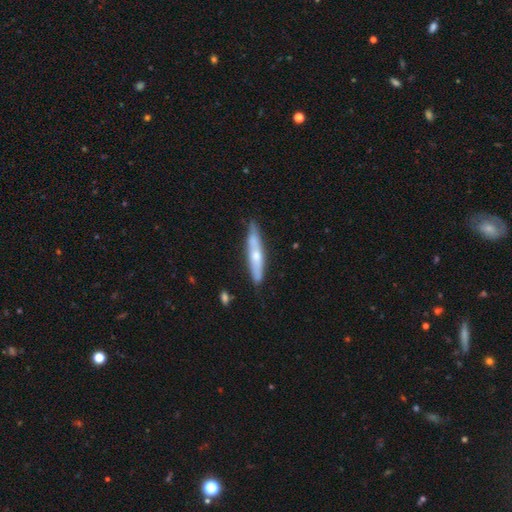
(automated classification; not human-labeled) The model was most divided on "smooth or featured": featured or disk: 49%, smooth: 45%, star or artifact: 6%. More confident: merging — none (78%).